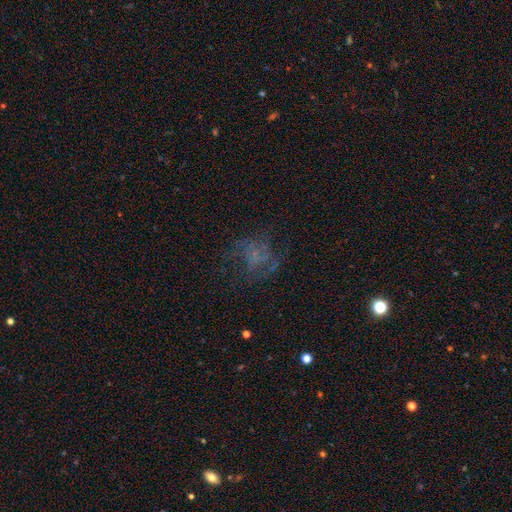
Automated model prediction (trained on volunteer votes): Smooth or featured? featured or disk (44%)
Merging? none (52%)